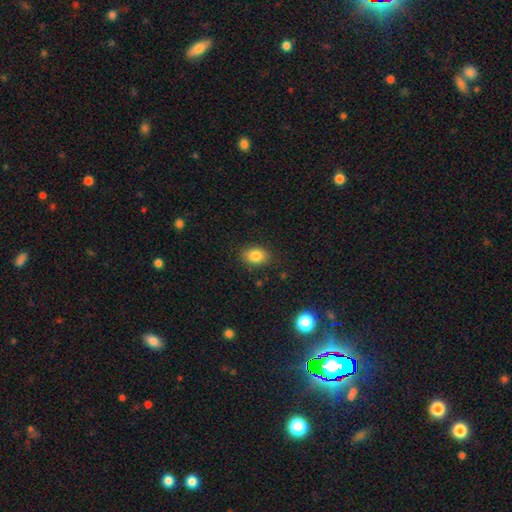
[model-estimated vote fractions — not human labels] A smooth galaxy with no disk features (84%) that is in between round and cigar-shaped (70%). Merging: none (85%).